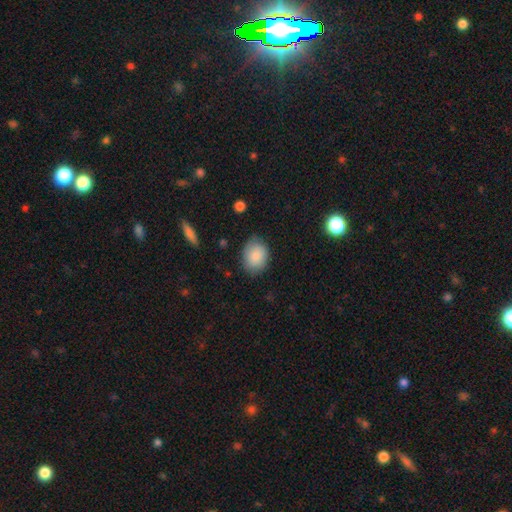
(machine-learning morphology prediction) smooth-or-featured: smooth: 87% | star or artifact: 7% | featured or disk: 6%
  how-rounded: in between: 62% | round: 38% | cigar-shaped: 1%
  merging: none: 77% | minor disturbance: 18% | major disturbance: 4% | merger: 1%